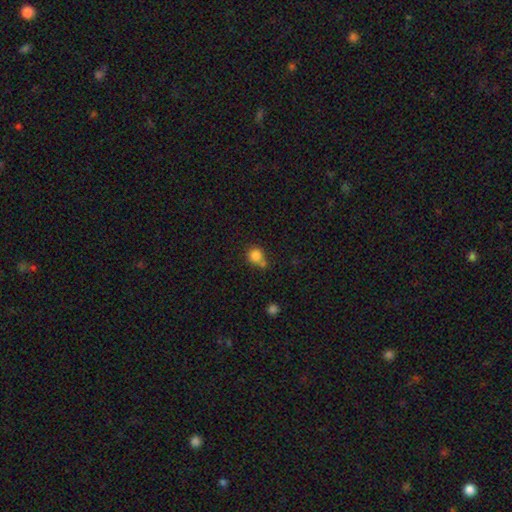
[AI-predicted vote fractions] Smooth or featured?
  - smooth: 82% *
  - star or artifact: 11%
  - featured or disk: 7%
How rounded?
  - round: 86% *
  - in between: 13%
  - cigar-shaped: 1%
Merging?
  - none: 53% *
  - merger: 30%
  - minor disturbance: 13%
  - major disturbance: 4%